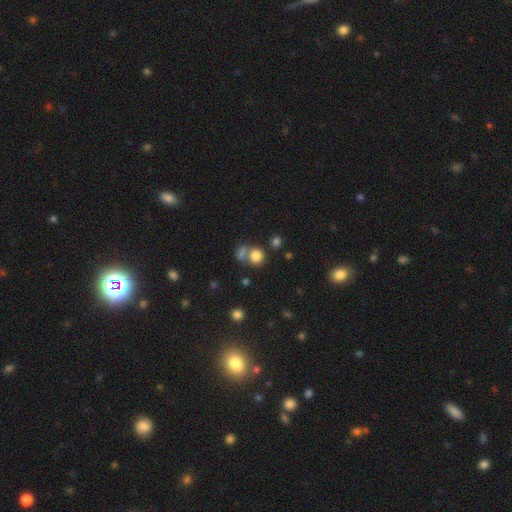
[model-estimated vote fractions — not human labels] Q: Smooth or featured?
A: smooth (80%); runner-up: star or artifact (13%)
Q: How rounded?
A: round (82%); runner-up: in between (17%)
Q: Merging?
A: none (53%); runner-up: merger (34%)